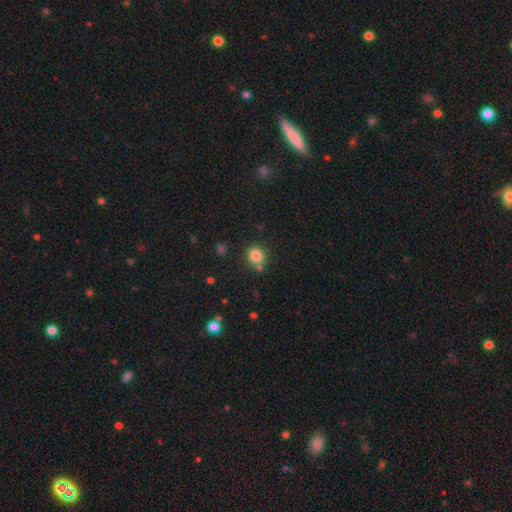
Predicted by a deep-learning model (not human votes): Smooth or featured?
  - smooth: 82% *
  - star or artifact: 12%
  - featured or disk: 6%
How rounded?
  - round: 84% *
  - in between: 15%
  - cigar-shaped: 1%
Merging?
  - none: 74% *
  - merger: 11%
  - minor disturbance: 11%
  - major disturbance: 3%